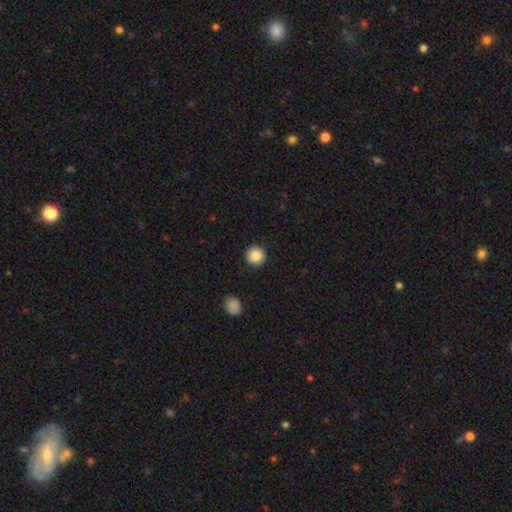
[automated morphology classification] A smooth galaxy with no disk features (87%) that is round (95%). Merging: none (92%).